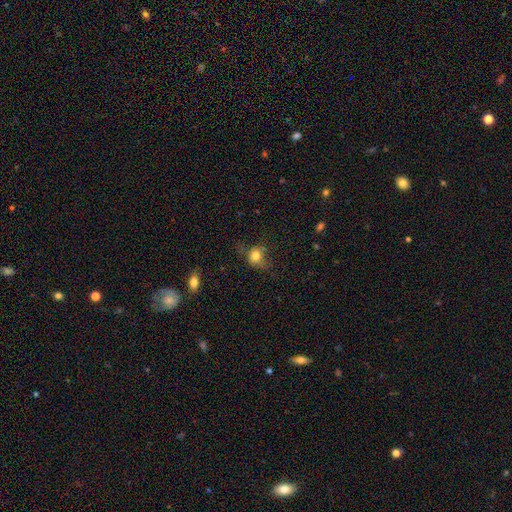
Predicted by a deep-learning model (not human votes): The model was most divided on "merging": none: 51%, minor disturbance: 28%, major disturbance: 18%, merger: 2%. More confident: smooth or featured — smooth (74%); how rounded — round (67%).